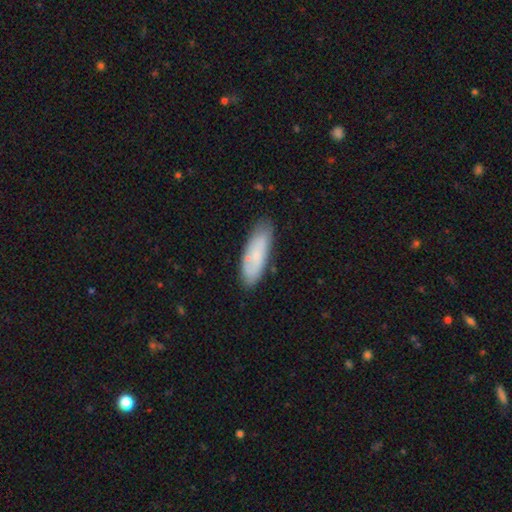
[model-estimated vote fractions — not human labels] This appears to be a smooth galaxy with no disk features (65%) that is in between round and cigar-shaped (59%). Merging: none (77%).